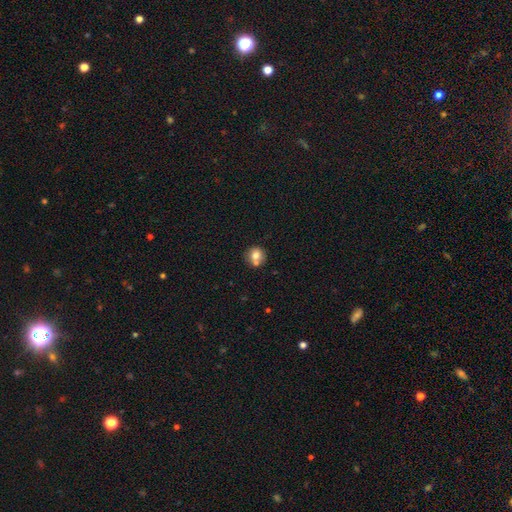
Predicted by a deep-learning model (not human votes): Smooth or featured? smooth (75%)
How rounded? round (88%)
Merging? none (60%)